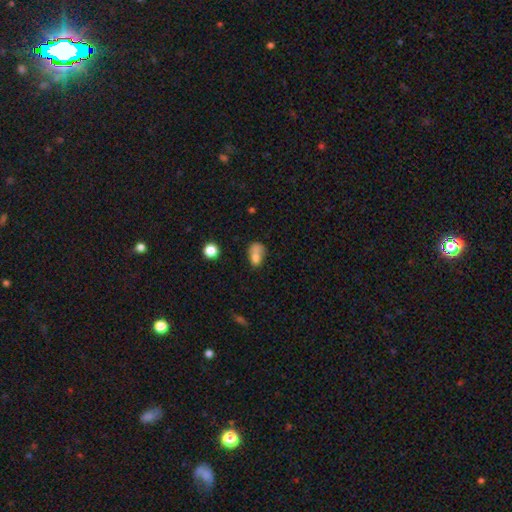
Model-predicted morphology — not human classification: Overall: smooth (71%). How rounded: in between (71%). Merging: merger (39%; none 27%).